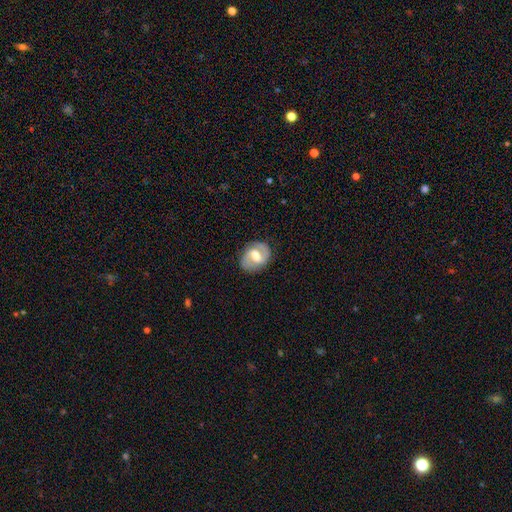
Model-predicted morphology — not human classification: featured or disk 75%, smooth 20%, star or artifact 6%. Down the decision tree: edge-on disk — no (97%); bar — weak (53%); spiral arms — yes (87%); spiral arm count — 2 (88%); spiral winding — medium (50%); bulge size — moderate (65%); merging — none (82%).